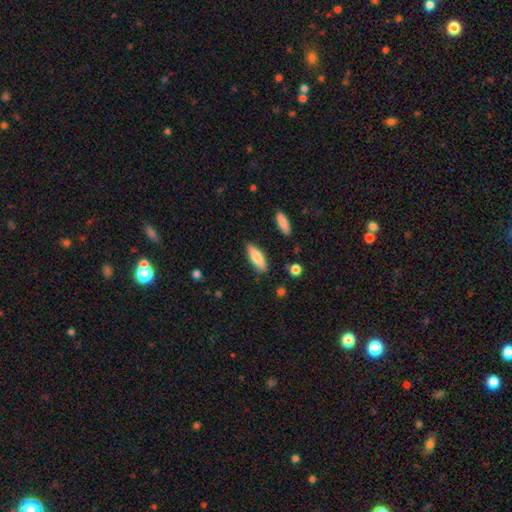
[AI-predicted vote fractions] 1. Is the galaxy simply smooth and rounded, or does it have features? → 78% smooth, 16% featured or disk, 6% star or artifact.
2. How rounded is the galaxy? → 54% in between, 44% cigar-shaped, 2% round.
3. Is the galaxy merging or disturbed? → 83% none, 12% minor disturbance, 3% major disturbance, 2% merger.